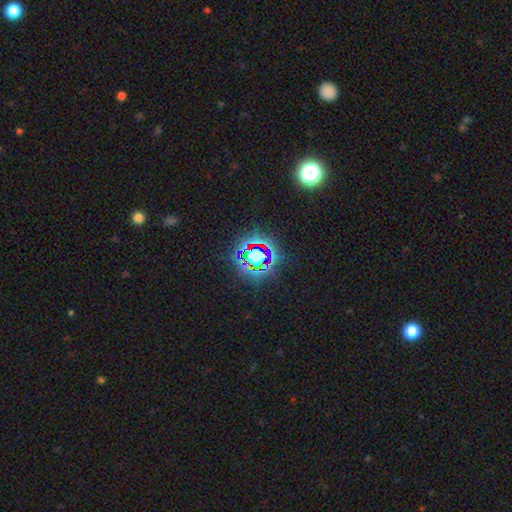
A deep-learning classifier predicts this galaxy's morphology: This is likely a star or artifact rather than a galaxy (69%).